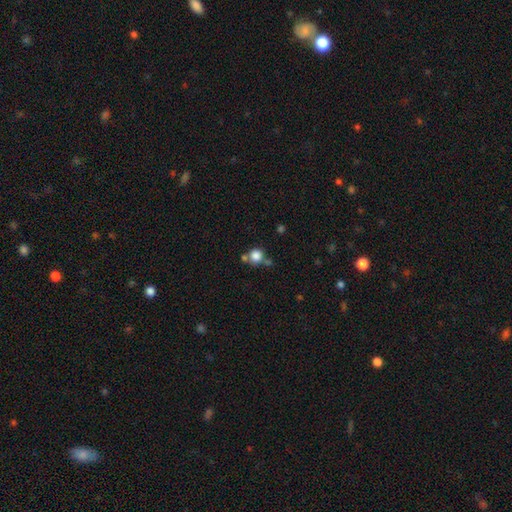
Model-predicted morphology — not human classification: The model was most divided on "merging": none: 61%, merger: 22%, minor disturbance: 12%, major disturbance: 5%. More confident: how rounded — round (90%); smooth or featured — smooth (82%).